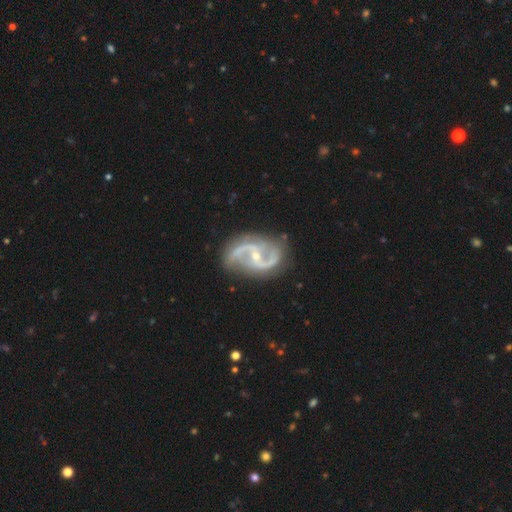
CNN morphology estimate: This is clearly a featured or disk galaxy (92%). It is clearly not viewed edge-on (98%). Bar: marginally no (38%). Spiral arm pattern: clearly yes (98%). Spiral arm count: clearly 2 (93%). Spiral winding: possibly medium (51%). Central bulge: likely small (63%). Merging: likely none (78%).